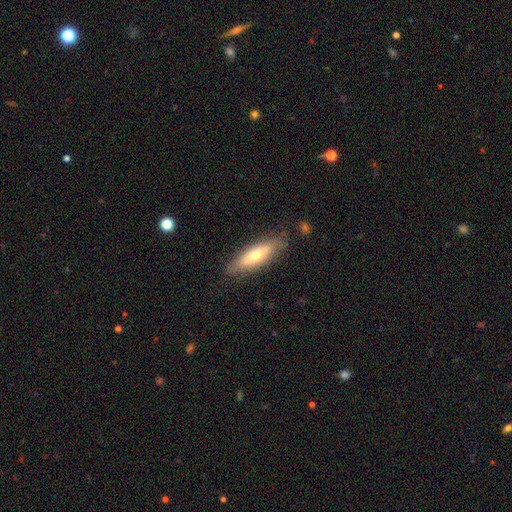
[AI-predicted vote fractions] Morphology: type=smooth (55%); roundness=cigar-shaped (59%); merging=none (83%).